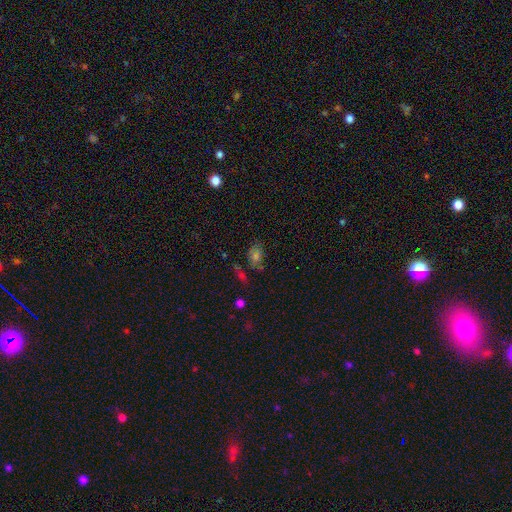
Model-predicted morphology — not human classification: smooth-or-featured: smooth: 50% | star or artifact: 30% | featured or disk: 20%
  merging: none: 59% | minor disturbance: 19% | merger: 11% | major disturbance: 11%